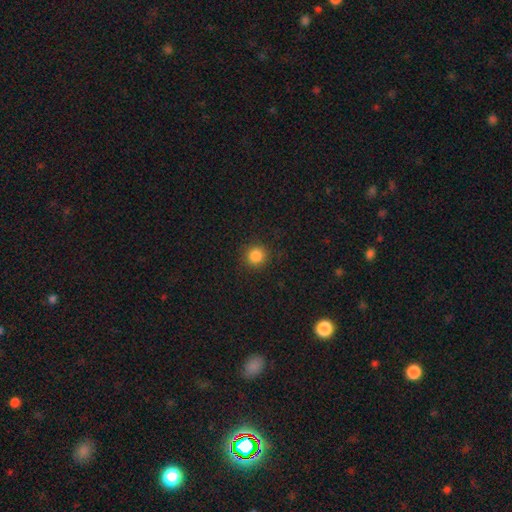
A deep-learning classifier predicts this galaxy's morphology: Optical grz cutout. It shows a smooth galaxy with no disk features (85%) that is round (93%). Merging: none (91%).